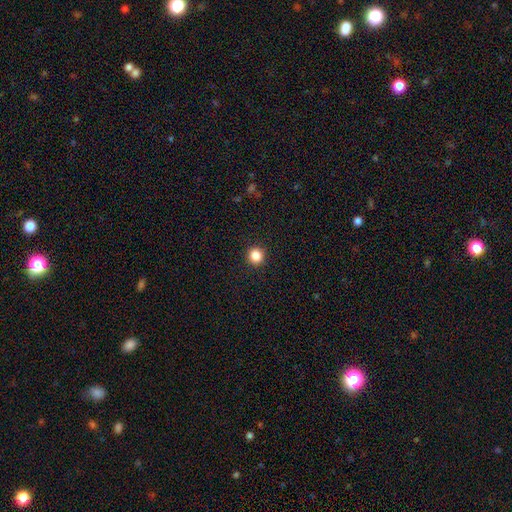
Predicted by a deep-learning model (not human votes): Morphology: type=smooth (86%); roundness=round (94%); merging=none (93%).